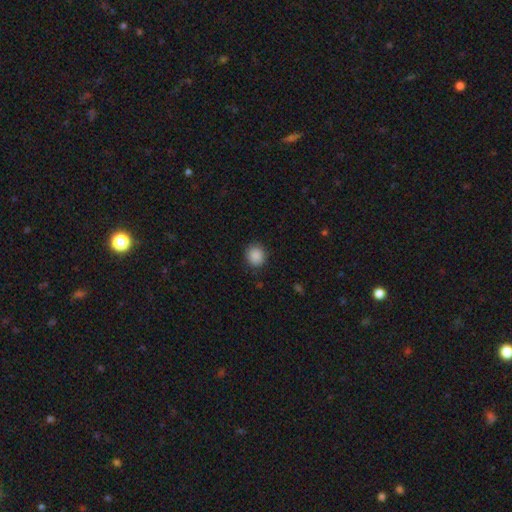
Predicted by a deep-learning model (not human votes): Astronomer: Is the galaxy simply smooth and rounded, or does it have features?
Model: smooth — 88%.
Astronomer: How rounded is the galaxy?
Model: round — 86%.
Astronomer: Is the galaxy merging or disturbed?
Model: none — 89%.